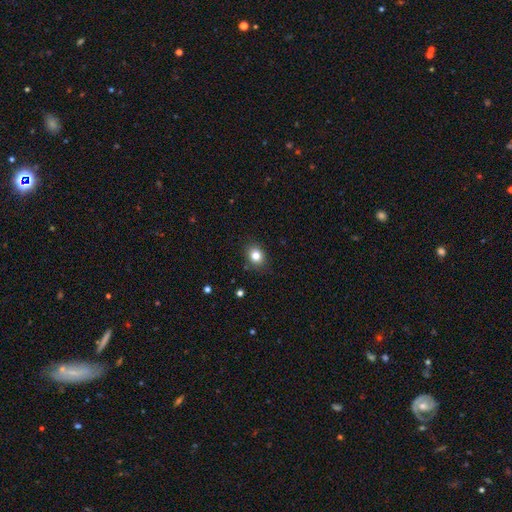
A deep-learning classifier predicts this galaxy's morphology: smooth_or_featured: smooth (p=0.81) [alt: star or artifact p=0.11]
how_rounded: round (p=0.57) [alt: in between p=0.43]
merging: none (p=0.86) [alt: minor disturbance p=0.10]